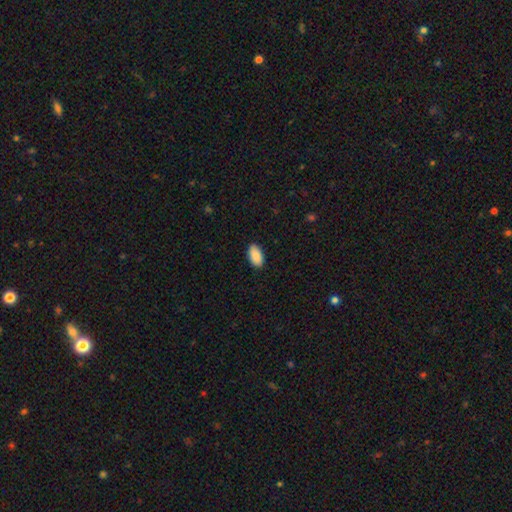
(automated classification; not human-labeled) Morphology: type=smooth (90%); roundness=in between (95%); merging=none (88%).